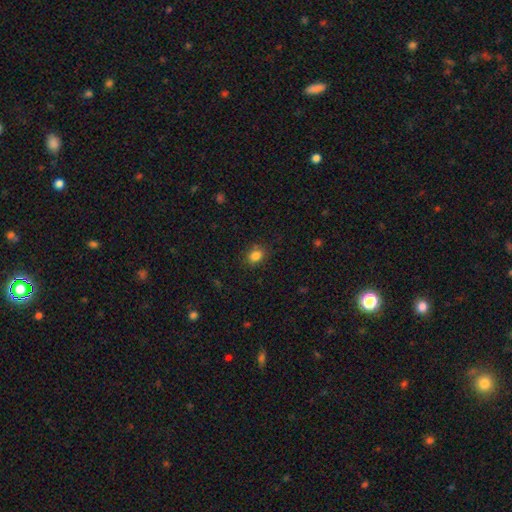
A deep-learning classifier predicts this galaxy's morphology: type=smooth (84%); roundness=in between (55%); merging=none (84%).